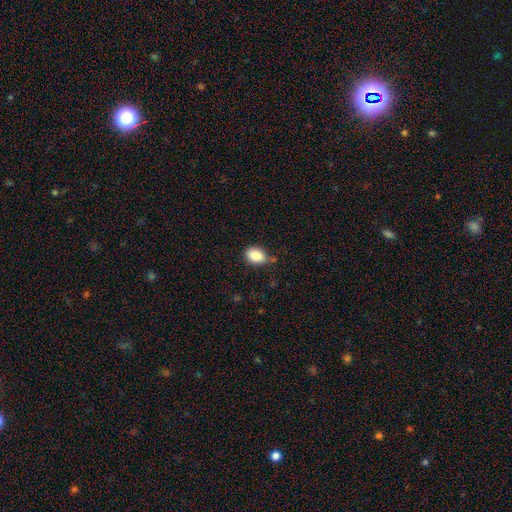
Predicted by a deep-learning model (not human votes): A smooth galaxy with no disk features (87%) that is in between round and cigar-shaped (80%). Merging: none (76%).